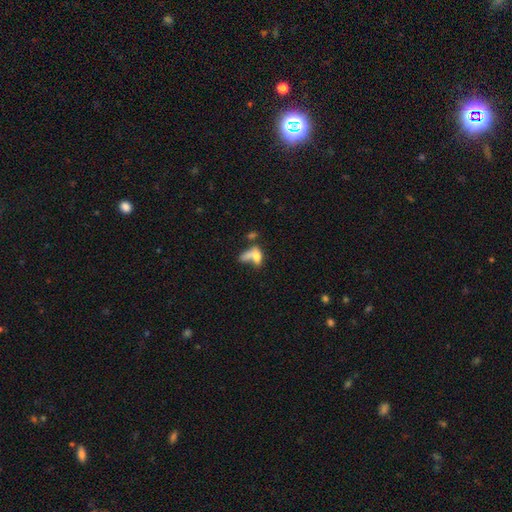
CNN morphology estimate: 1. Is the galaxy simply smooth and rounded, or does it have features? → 69% smooth, 21% featured or disk, 10% star or artifact.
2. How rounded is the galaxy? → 74% in between, 15% cigar-shaped, 12% round.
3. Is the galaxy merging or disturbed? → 49% merger, 24% none, 16% major disturbance, 12% minor disturbance.